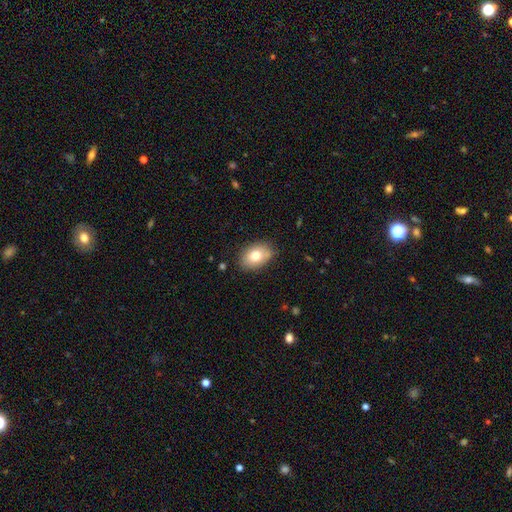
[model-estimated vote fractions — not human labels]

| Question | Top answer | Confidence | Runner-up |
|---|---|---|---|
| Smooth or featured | smooth | 77% | featured or disk (15%) |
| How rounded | in between | 84% | round (15%) |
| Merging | none | 81% | minor disturbance (15%) |